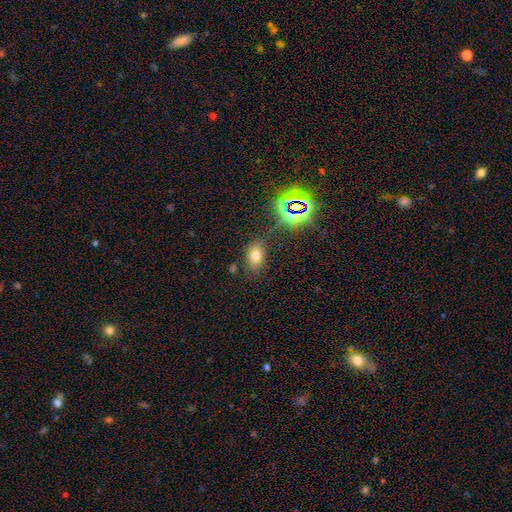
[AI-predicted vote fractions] Smooth or featured? smooth (67%)
How rounded? in between (84%)
Merging? none (79%)